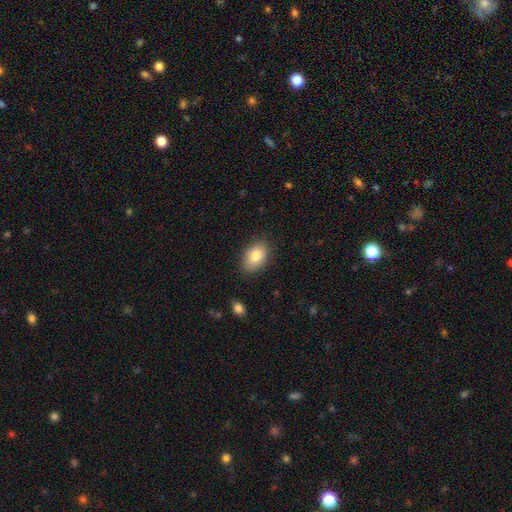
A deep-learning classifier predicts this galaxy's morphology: Q: Smooth or featured?
A: smooth (84%); runner-up: featured or disk (9%)
Q: How rounded?
A: in between (90%); runner-up: round (8%)
Q: Merging?
A: none (86%); runner-up: minor disturbance (11%)